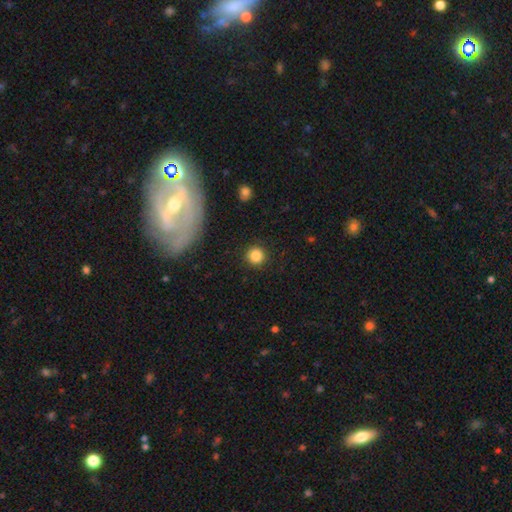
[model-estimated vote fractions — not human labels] smooth 84%, star or artifact 11%, featured or disk 5%. Down the decision tree: how rounded — round (94%); merging — none (91%).